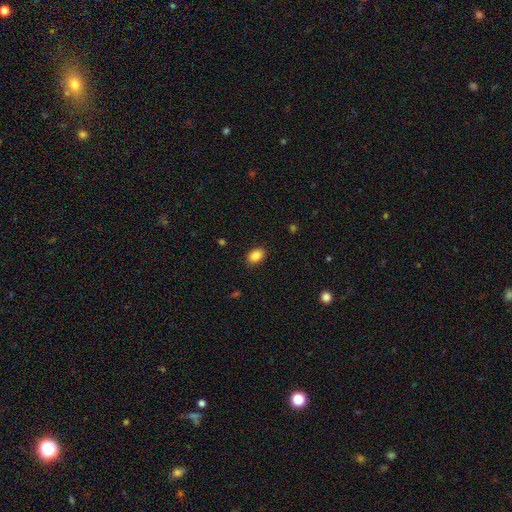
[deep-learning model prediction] Q: Smooth or featured?
A: smooth (88%); runner-up: star or artifact (8%)
Q: How rounded?
A: in between (82%); runner-up: round (17%)
Q: Merging?
A: none (87%); runner-up: minor disturbance (10%)